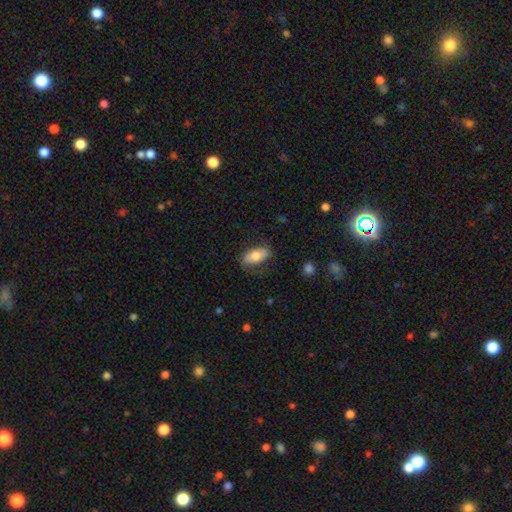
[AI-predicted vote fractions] A smooth galaxy with no disk features (70%) that is in between round and cigar-shaped (86%).

Vote fractions:
- Smooth or featured? smooth: 70% / featured or disk: 24% / star or artifact: 6%
- How rounded? in between: 86% / cigar-shaped: 10% / round: 4%
- Merging? none: 74% / minor disturbance: 18% / major disturbance: 6% / merger: 1%